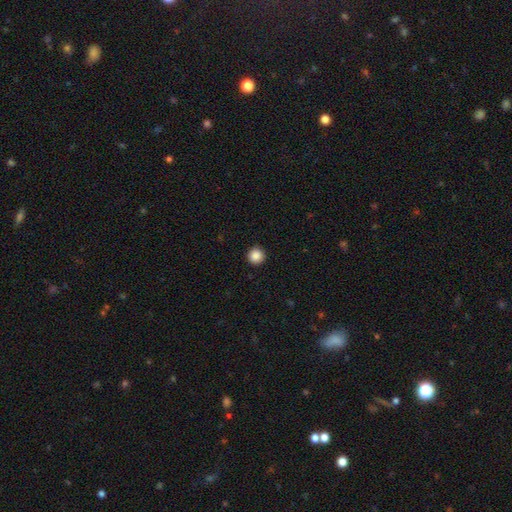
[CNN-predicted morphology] Smooth or featured: smooth — 88% (star or artifact — 10%)
How rounded: round — 96% (in between — 3%)
Merging: none — 93% (minor disturbance — 5%)